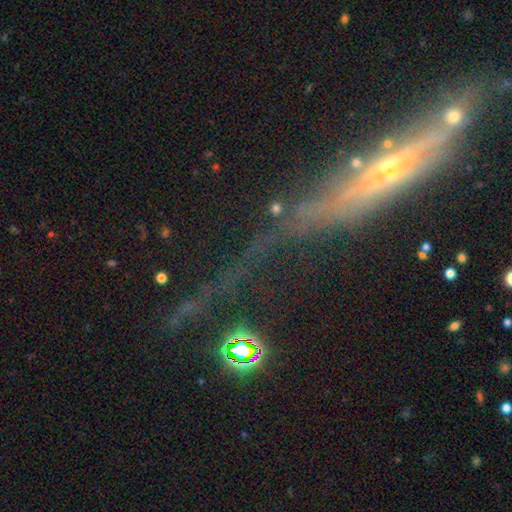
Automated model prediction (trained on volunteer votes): Q: Smooth or featured?
A: featured or disk (57%); runner-up: star or artifact (23%)
Q: Edge-on disk?
A: yes (65%); runner-up: no (35%)
Q: Merging?
A: none (42%); runner-up: major disturbance (29%)